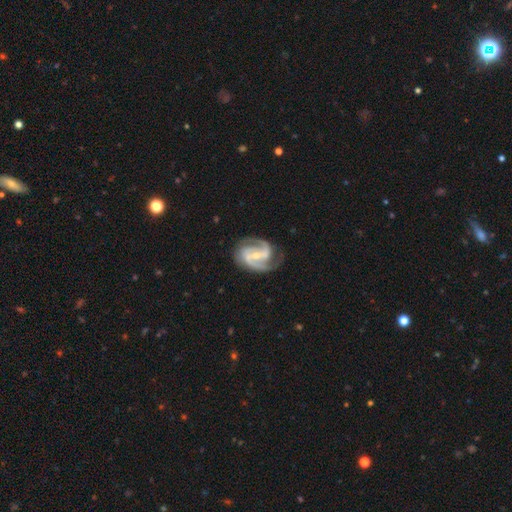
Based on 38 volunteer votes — Smooth or featured? 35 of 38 (92%) said featured or disk. Edge-on disk? 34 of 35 (97%) said no. Bar? 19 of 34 (56%) said weak. Spiral arms? 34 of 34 (100%) said yes. Spiral winding? 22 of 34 (65%) said medium. Spiral arm count? 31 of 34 (91%) said 2. Bulge size? 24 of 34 (71%) said moderate. Merging? 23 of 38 (61%) said none.